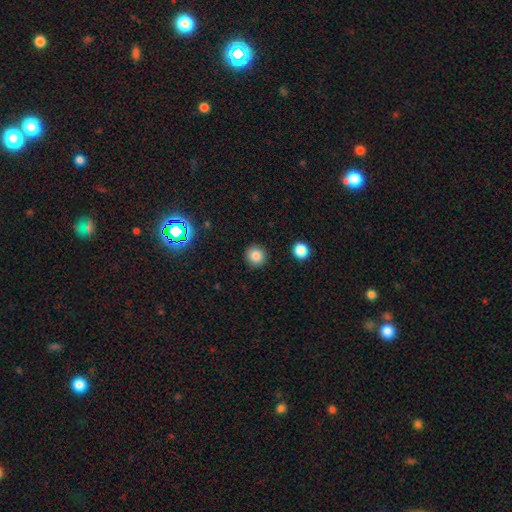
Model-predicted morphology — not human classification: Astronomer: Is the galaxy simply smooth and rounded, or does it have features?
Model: smooth — 84%.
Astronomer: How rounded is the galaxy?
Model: round — 91%.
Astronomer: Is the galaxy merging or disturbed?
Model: none — 91%.